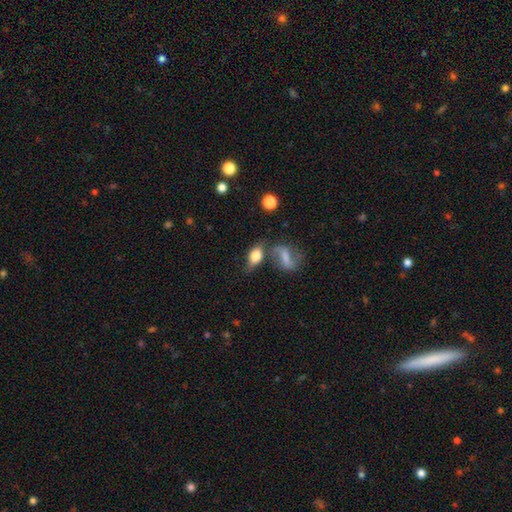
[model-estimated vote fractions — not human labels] smooth_or_featured: smooth (p=0.71) [alt: featured or disk p=0.19]
how_rounded: in between (p=0.80) [alt: round p=0.12]
merging: none (p=0.48) [alt: merger p=0.22]